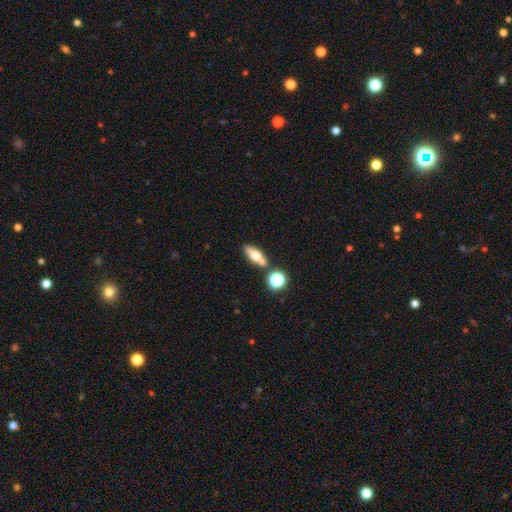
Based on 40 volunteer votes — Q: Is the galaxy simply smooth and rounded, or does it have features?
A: smooth — 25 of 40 (62%).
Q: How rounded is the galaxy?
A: in between — 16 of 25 (64%).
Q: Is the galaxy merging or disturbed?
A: none — 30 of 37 (81%).